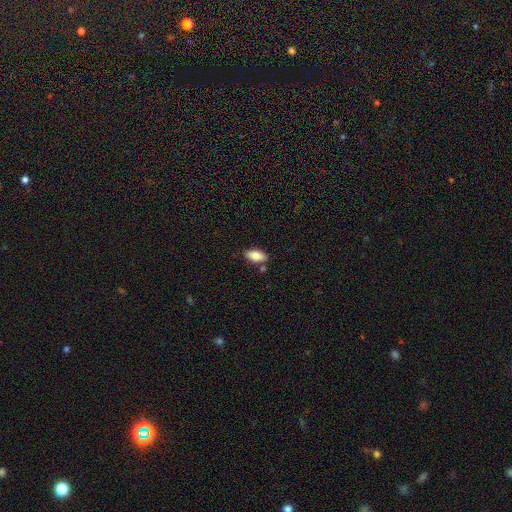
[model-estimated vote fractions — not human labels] The model was most divided on "merging": none: 78%, minor disturbance: 13%, merger: 6%, major disturbance: 3%. More confident: how rounded — in between (85%); smooth or featured — smooth (81%).